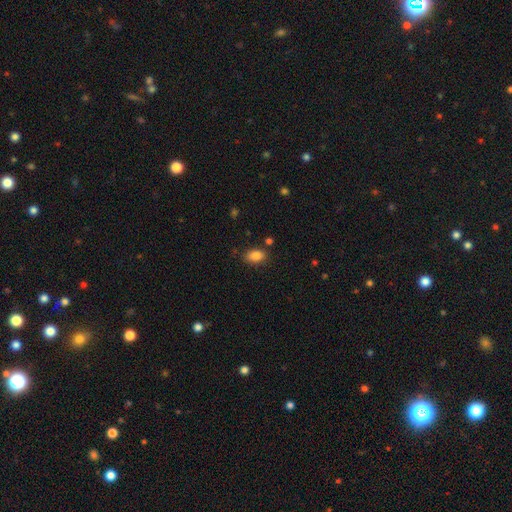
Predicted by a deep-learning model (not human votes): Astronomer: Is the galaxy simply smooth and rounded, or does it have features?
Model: smooth — 86%.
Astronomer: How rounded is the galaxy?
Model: in between — 88%.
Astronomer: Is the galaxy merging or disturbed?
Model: none — 82%.